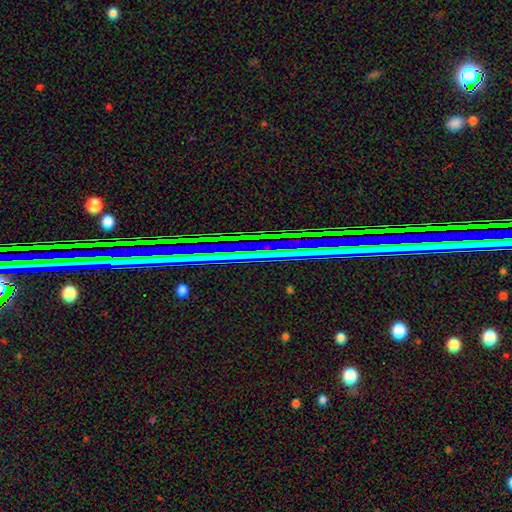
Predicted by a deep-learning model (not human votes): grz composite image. It shows a star or artifact, not a galaxy (80%).